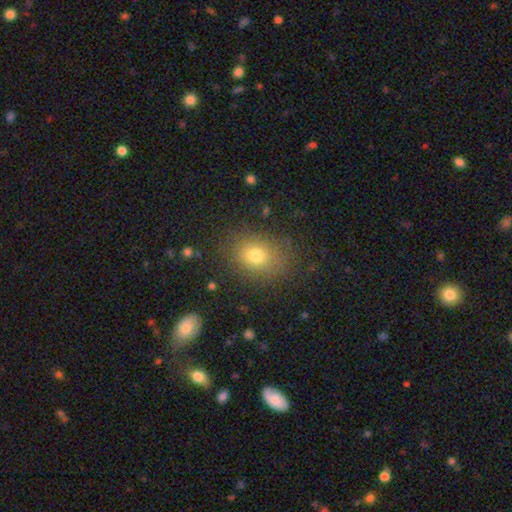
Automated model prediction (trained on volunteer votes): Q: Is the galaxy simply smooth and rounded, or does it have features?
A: smooth — 75%.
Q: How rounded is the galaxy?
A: in between — 59%.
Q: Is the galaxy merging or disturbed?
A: none — 81%.